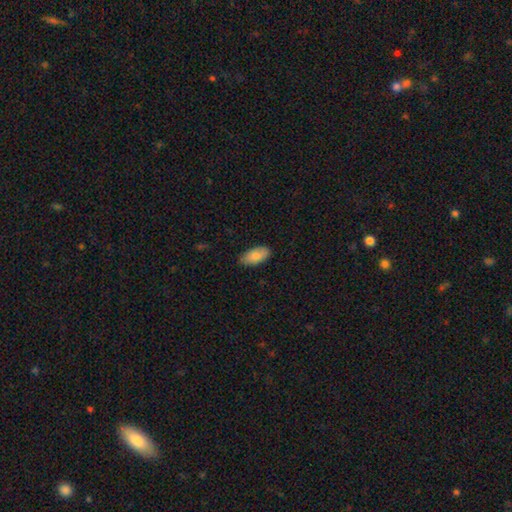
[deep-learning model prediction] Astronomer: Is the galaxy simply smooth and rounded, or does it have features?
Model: smooth — 85%.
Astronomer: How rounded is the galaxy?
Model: in between — 93%.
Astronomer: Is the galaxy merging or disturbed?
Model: none — 83%.